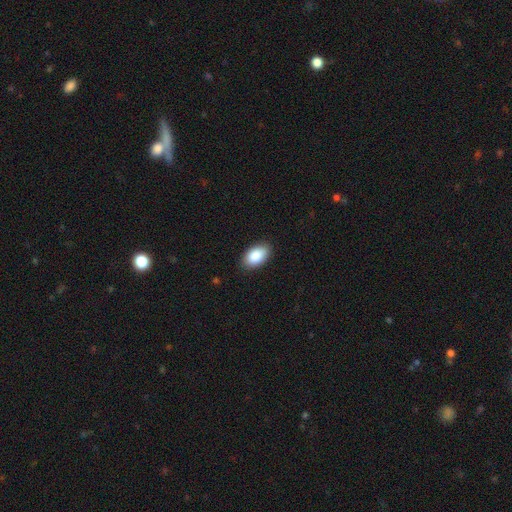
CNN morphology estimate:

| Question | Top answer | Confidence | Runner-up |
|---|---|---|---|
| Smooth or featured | smooth | 89% | star or artifact (6%) |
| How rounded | in between | 95% | round (4%) |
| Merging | none | 88% | minor disturbance (9%) |